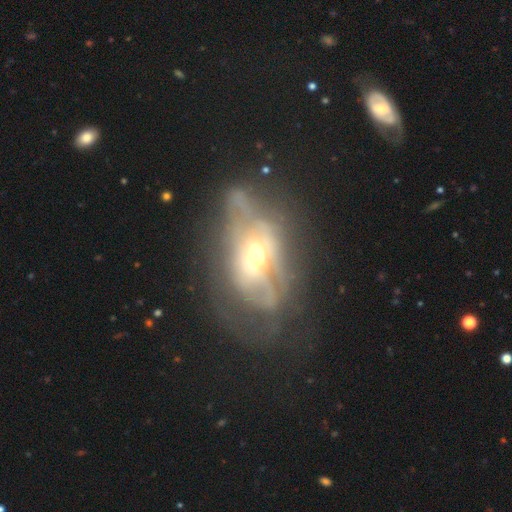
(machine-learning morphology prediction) Smooth or featured?
  - featured or disk: 75% *
  - smooth: 16%
  - star or artifact: 9%
Edge-on disk?
  - no: 87% *
  - yes: 13%
Bar?
  - no: 68% *
  - weak: 22%
  - strong: 9%
Spiral arms?
  - yes: 54% *
  - no: 46%
Bulge size?
  - moderate: 65% *
  - small: 21%
  - large: 10%
  - dominant: 2%
  - none: 1%
Merging?
  - none: 41% *
  - major disturbance: 33%
  - minor disturbance: 22%
  - merger: 4%